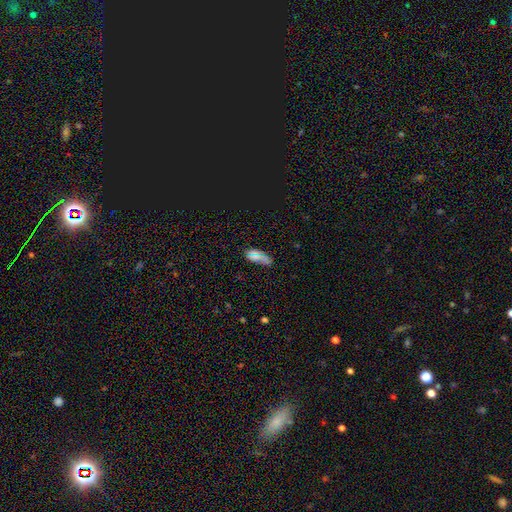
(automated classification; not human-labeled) Smooth or featured? Predicted: smooth (p=0.59). How rounded? Predicted: in between (p=0.81). Merging? Predicted: none (p=0.60).